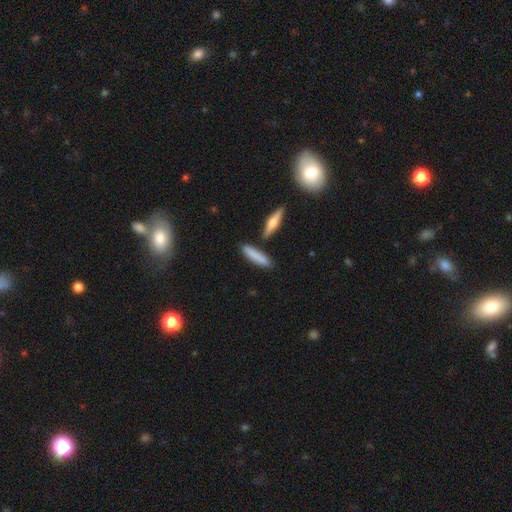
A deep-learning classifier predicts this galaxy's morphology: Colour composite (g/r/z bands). It shows a smooth galaxy with no disk features (80%) that is cigar-shaped (79%). Merging: none (79%).